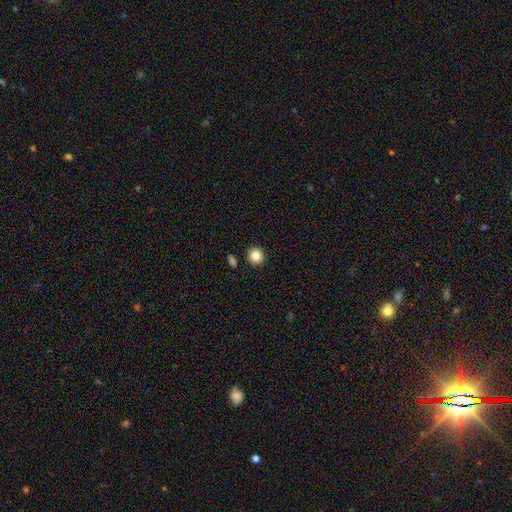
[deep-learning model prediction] Smooth or featured?
  - smooth: 84% *
  - star or artifact: 10%
  - featured or disk: 6%
How rounded?
  - round: 93% *
  - in between: 6%
  - cigar-shaped: 1%
Merging?
  - none: 91% *
  - minor disturbance: 5%
  - merger: 2%
  - major disturbance: 2%